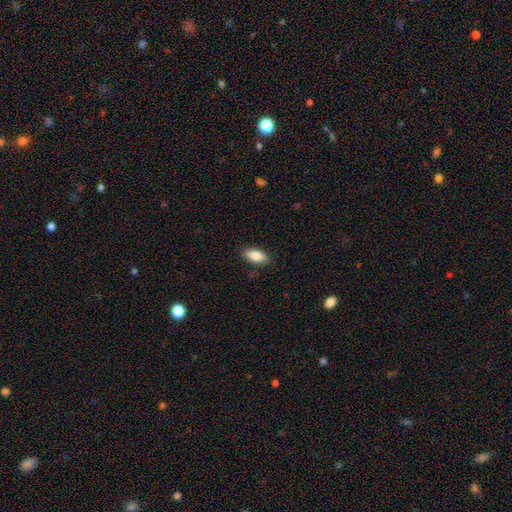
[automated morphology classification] Smooth or featured? Predicted: smooth (p=0.86). How rounded? Predicted: in between (p=0.89). Merging? Predicted: none (p=0.87).